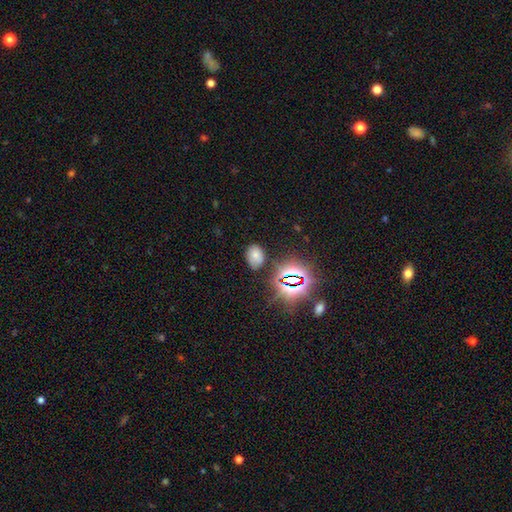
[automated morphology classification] Smooth or featured: smooth — 64% (star or artifact — 26%)
How rounded: in between — 74% (round — 25%)
Merging: none — 77% (minor disturbance — 16%)